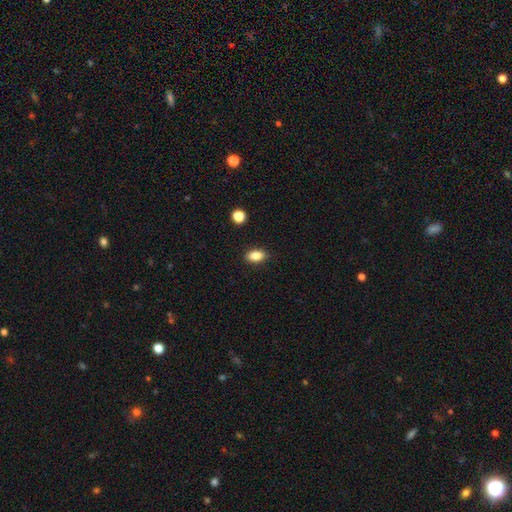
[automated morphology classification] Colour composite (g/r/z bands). It shows a smooth galaxy with no disk features (84%) that is in between round and cigar-shaped (86%). Merging: none (88%).